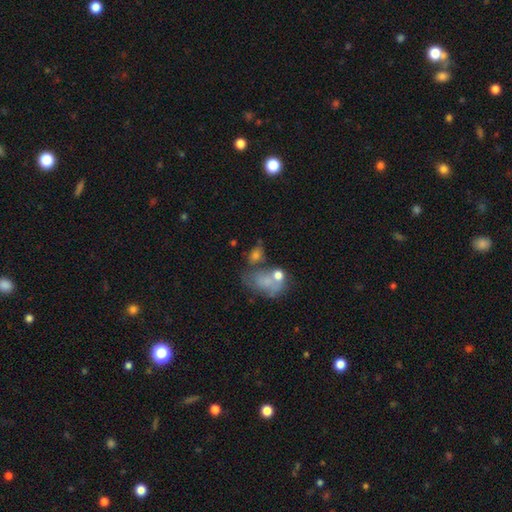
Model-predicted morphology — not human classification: This is possibly a smooth galaxy (55%). How rounded: likely in between (69%). Merging: marginally none (39%).